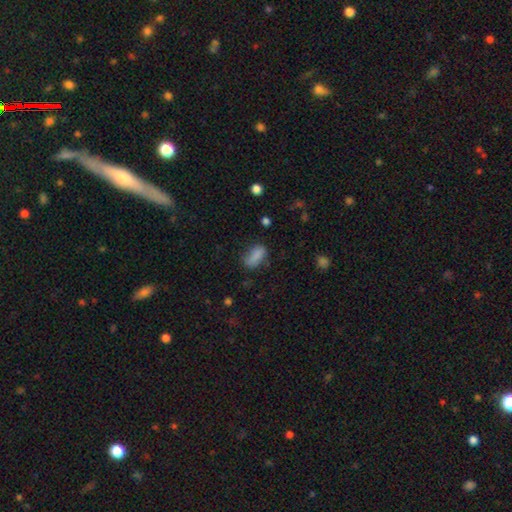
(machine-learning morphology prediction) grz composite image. It shows a smooth galaxy with no disk features (83%) that is in between round and cigar-shaped (85%). Merging: none (57%).